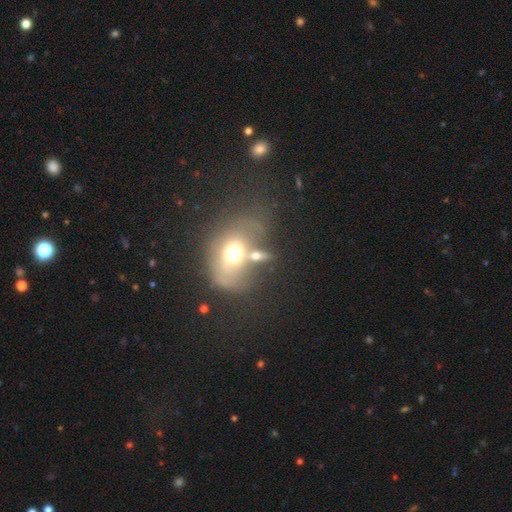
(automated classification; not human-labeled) Smooth or featured?
  - smooth: 52% *
  - featured or disk: 35%
  - star or artifact: 13%
How rounded?
  - in between: 62% *
  - round: 35%
  - cigar-shaped: 3%
Merging?
  - merger: 46% *
  - none: 23%
  - major disturbance: 20%
  - minor disturbance: 12%